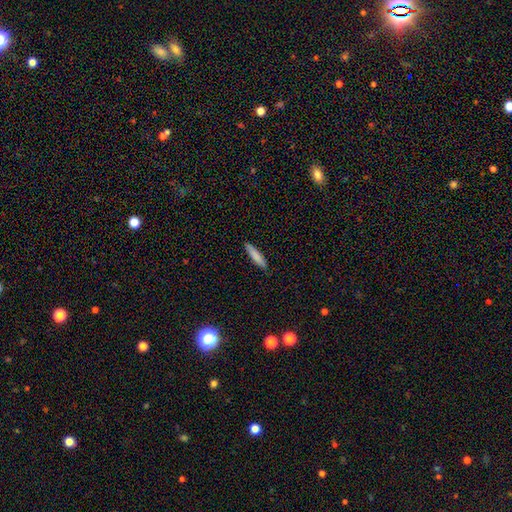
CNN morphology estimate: smooth-or-featured: smooth: 83% | featured or disk: 11% | star or artifact: 6%
  how-rounded: cigar-shaped: 83% | in between: 16% | round: 1%
  merging: none: 87% | minor disturbance: 10% | major disturbance: 2% | merger: 1%